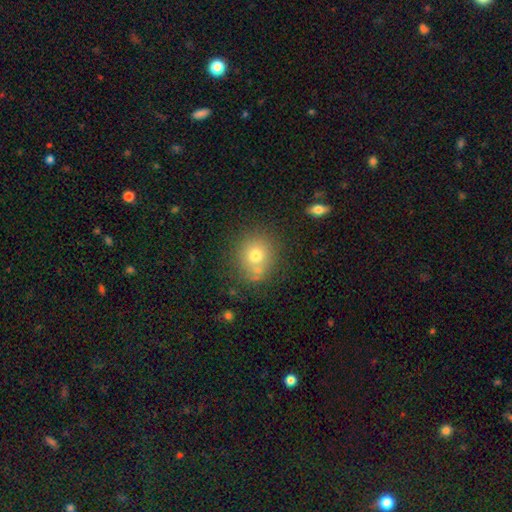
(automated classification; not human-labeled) Overall: smooth (72%). How rounded: round (78%). Merging: none (69%).